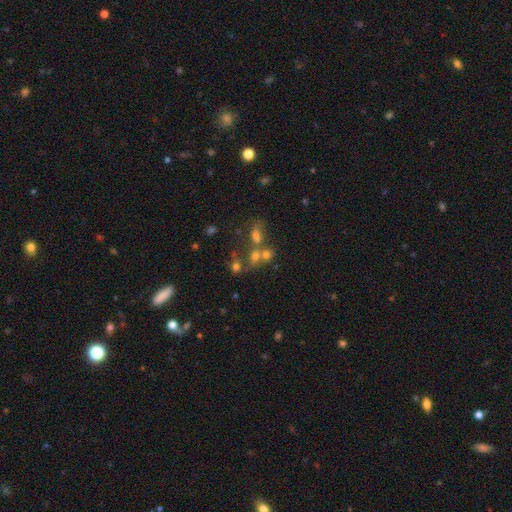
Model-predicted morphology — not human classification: Smooth or featured: smooth — 44% (star or artifact — 32%)
Merging: merger — 46% (none — 37%)